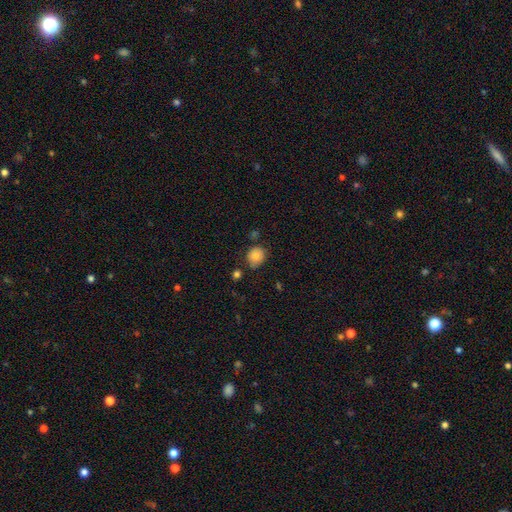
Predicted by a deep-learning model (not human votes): Smooth or featured? Predicted: smooth (p=0.83). How rounded? Predicted: round (p=0.76). Merging? Predicted: none (p=0.70).